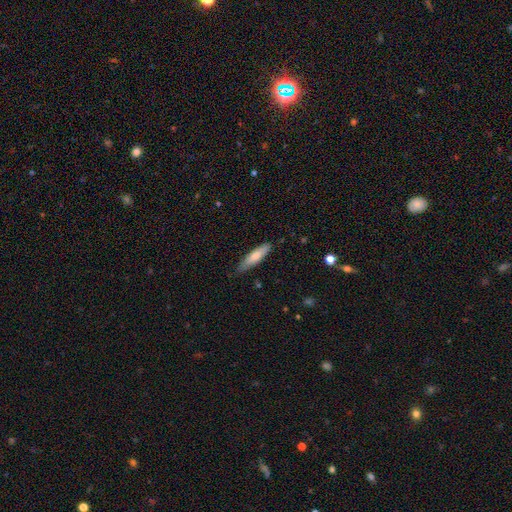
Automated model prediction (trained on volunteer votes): Morphology: type=smooth (70%); roundness=cigar-shaped (74%); merging=none (82%).